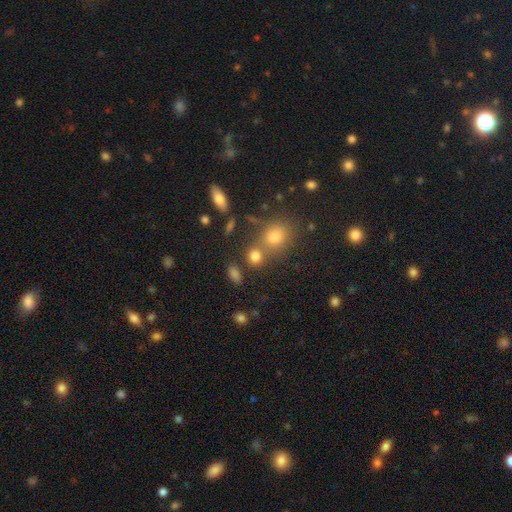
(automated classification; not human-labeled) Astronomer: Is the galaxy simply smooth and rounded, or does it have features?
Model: smooth — 67%.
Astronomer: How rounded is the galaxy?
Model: round — 63%.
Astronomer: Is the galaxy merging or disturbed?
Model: none — 66%.